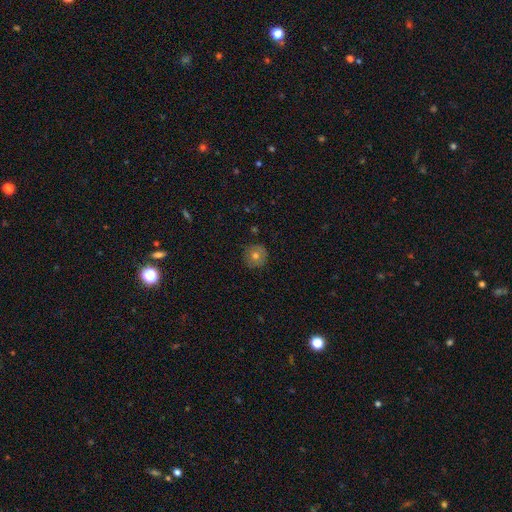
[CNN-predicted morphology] This is likely a smooth galaxy (65%). How rounded: clearly round (95%). Merging: clearly none (87%).